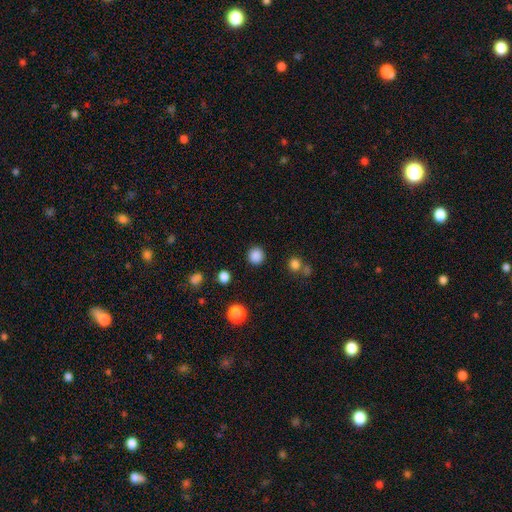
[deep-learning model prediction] smooth_or_featured: smooth (p=0.86) [alt: star or artifact p=0.12]
how_rounded: round (p=0.93) [alt: in between p=0.06]
merging: none (p=0.90) [alt: minor disturbance p=0.06]